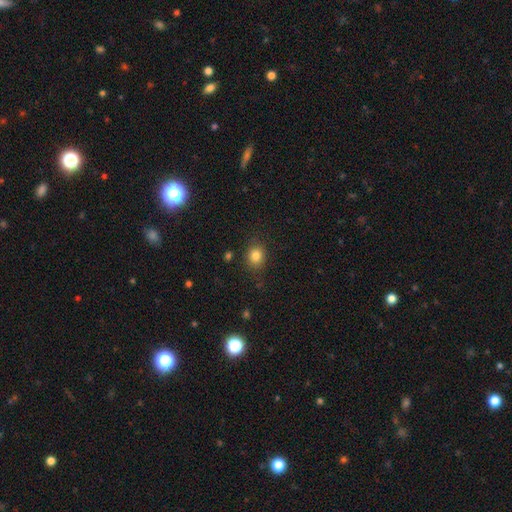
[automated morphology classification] Smooth or featured?
  - smooth: 82% *
  - star or artifact: 11%
  - featured or disk: 6%
How rounded?
  - round: 63% *
  - in between: 36%
  - cigar-shaped: 1%
Merging?
  - none: 82% *
  - minor disturbance: 12%
  - major disturbance: 3%
  - merger: 2%